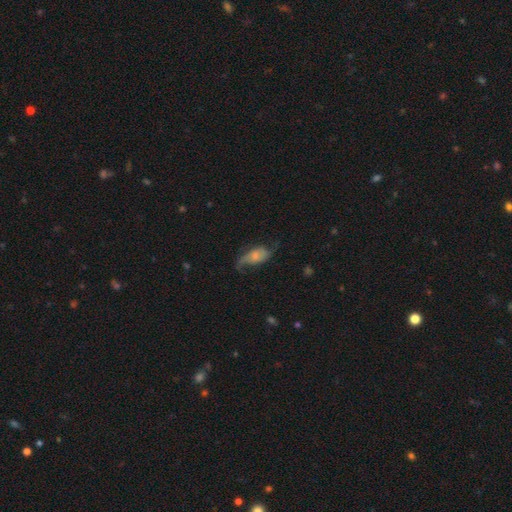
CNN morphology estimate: Smooth or featured?
  - featured or disk: 53% *
  - smooth: 39%
  - star or artifact: 8%
Edge-on disk?
  - no: 92% *
  - yes: 8%
Merging?
  - none: 45% *
  - minor disturbance: 28%
  - major disturbance: 25%
  - merger: 2%